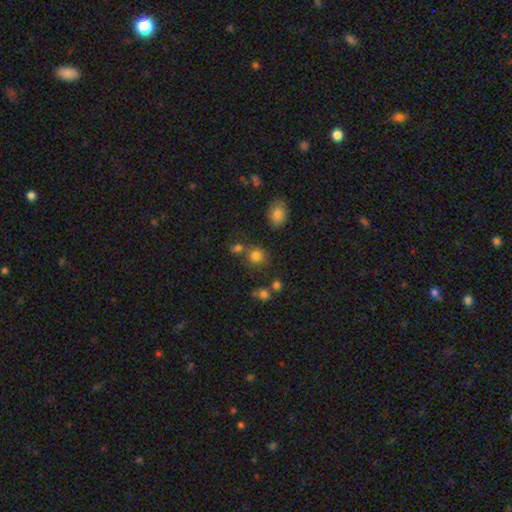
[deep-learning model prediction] This is likely a smooth galaxy (79%). How rounded: clearly round (83%). Merging: likely none (65%).